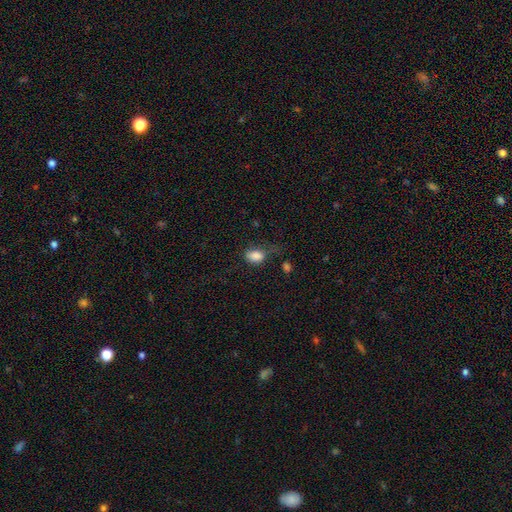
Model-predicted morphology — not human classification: smooth-or-featured: smooth: 84% | star or artifact: 9% | featured or disk: 7%
  how-rounded: in between: 77% | round: 21% | cigar-shaped: 2%
  merging: none: 46% | minor disturbance: 29% | major disturbance: 21% | merger: 4%